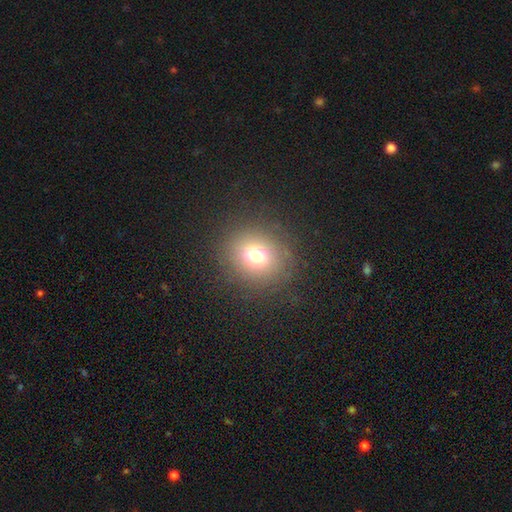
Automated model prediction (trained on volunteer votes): smooth 70%, star or artifact 19%, featured or disk 11%. Down the decision tree: how rounded — round (85%); merging — none (85%).